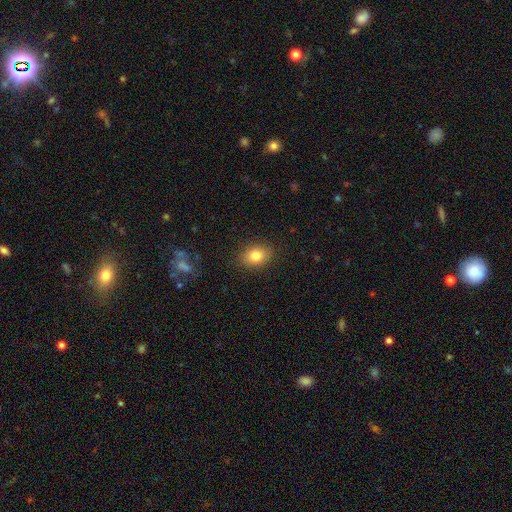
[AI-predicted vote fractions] Q: Smooth or featured?
A: smooth (82%); runner-up: star or artifact (10%)
Q: How rounded?
A: in between (65%); runner-up: round (34%)
Q: Merging?
A: none (88%); runner-up: minor disturbance (9%)